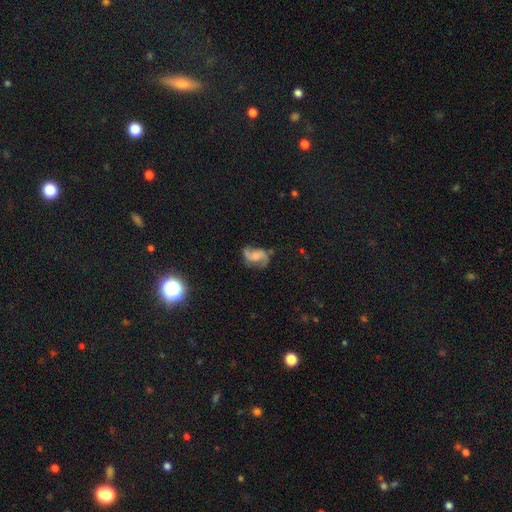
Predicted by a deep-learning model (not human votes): A featured or disk galaxy (68%) with no bar (56%), 2 (87%) loose (58%) spiral arms (90%) and no central bulge (36%).

Vote fractions:
- Smooth or featured? featured or disk: 68% / smooth: 23% / star or artifact: 9%
- Edge-on disk? no: 97% / yes: 3%
- Bar? no: 56% / weak: 35% / strong: 9%
- Spiral arms? yes: 90% / no: 10%
- Spiral winding? loose: 58% / medium: 33% / tight: 9%
- Spiral arm count? 2: 87% / can't tell: 5% / 1: 4% / 3: 2% / 4: 1% / more than 4: 1%
- Bulge size? none: 36% / small: 29% / moderate: 24% / large: 9% / dominant: 2%
- Merging? none: 55% / minor disturbance: 24% / major disturbance: 17% / merger: 4%